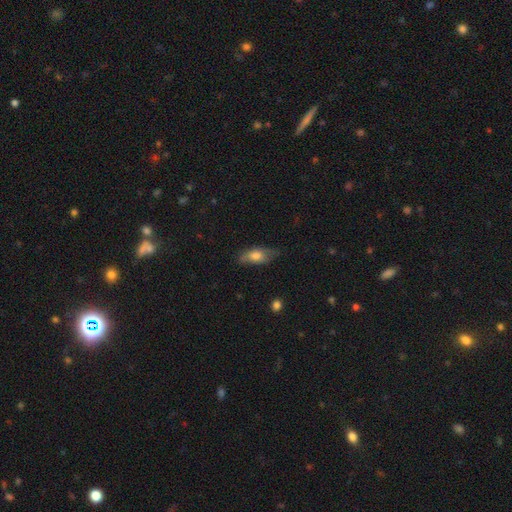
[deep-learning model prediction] The model was most divided on "smooth or featured": smooth: 67%, featured or disk: 26%, star or artifact: 7%. More confident: how rounded — in between (75%); merging — none (70%).